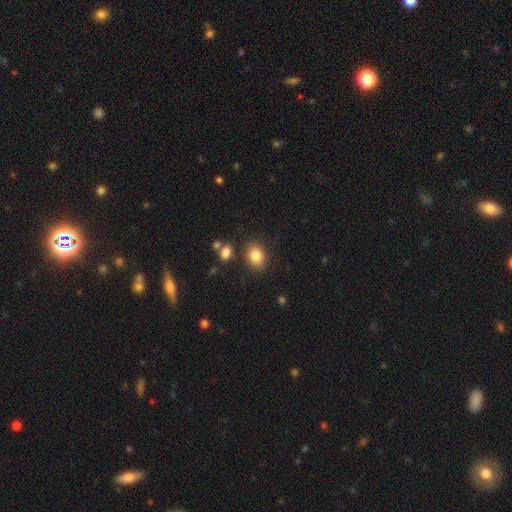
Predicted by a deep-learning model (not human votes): Smooth or featured? smooth (84%)
How rounded? in between (71%)
Merging? none (83%)